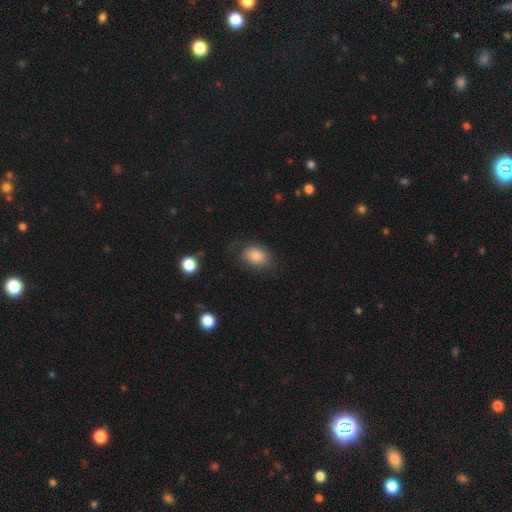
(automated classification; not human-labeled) Smooth or featured: smooth — 81% (featured or disk — 10%)
How rounded: in between — 79% (round — 19%)
Merging: none — 70% (minor disturbance — 20%)